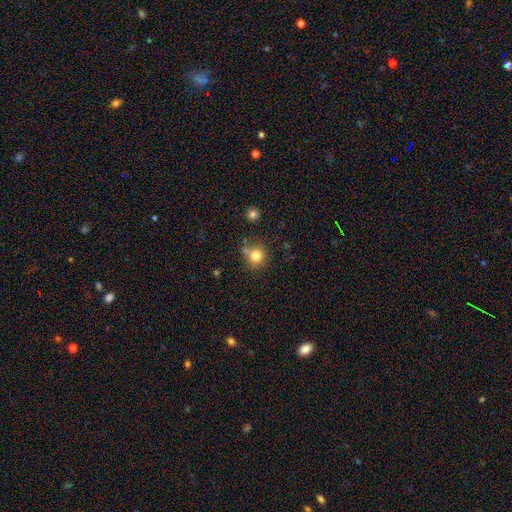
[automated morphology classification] Overall: smooth (80%). How rounded: round (90%). Merging: none (72%).